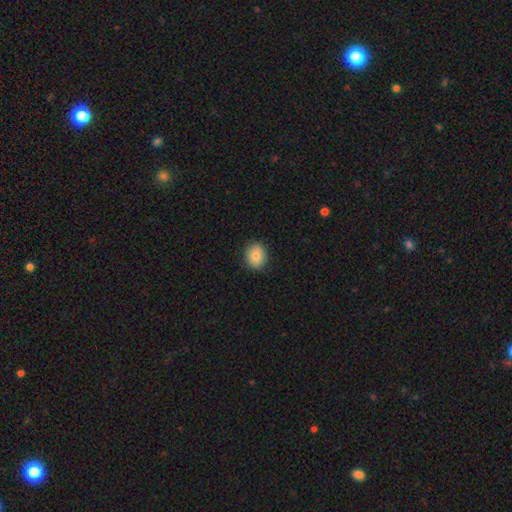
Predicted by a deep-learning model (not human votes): The model was most divided on "how rounded": round: 57%, in between: 42%, cigar-shaped: 1%. More confident: merging — none (88%); smooth or featured — smooth (84%).